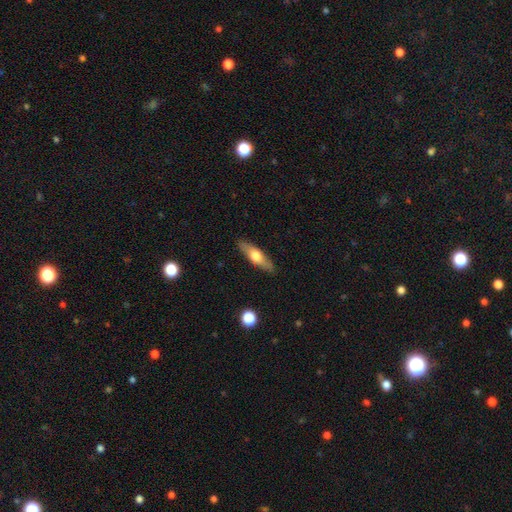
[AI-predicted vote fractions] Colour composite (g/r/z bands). It shows a smooth galaxy with no disk features (51%) that is cigar-shaped (60%). Merging: none (88%).